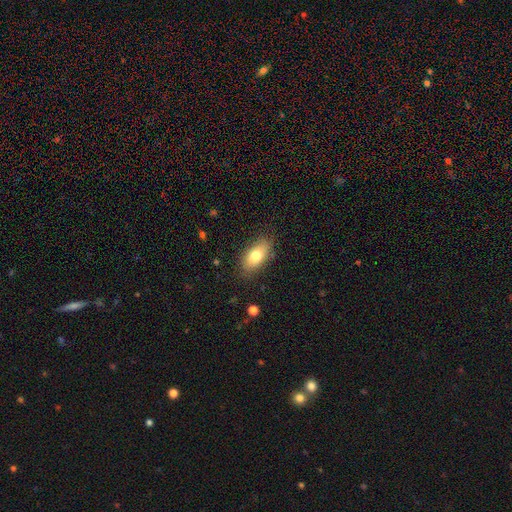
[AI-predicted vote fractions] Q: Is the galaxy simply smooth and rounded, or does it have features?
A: smooth — 77%.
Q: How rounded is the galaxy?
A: in between — 89%.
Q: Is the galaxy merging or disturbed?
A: none — 82%.